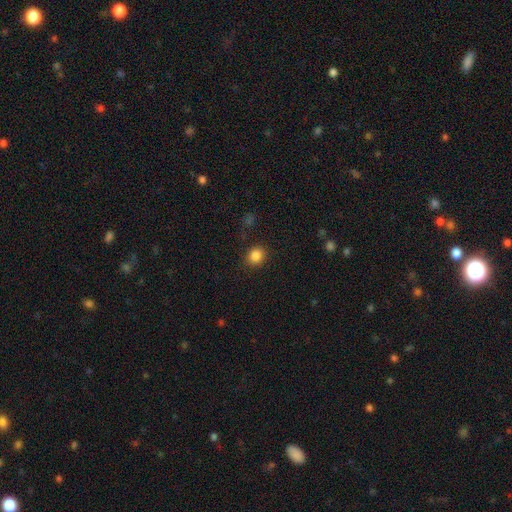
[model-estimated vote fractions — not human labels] This appears to be a smooth galaxy with no disk features (85%) that is round (77%). Merging: none (88%).